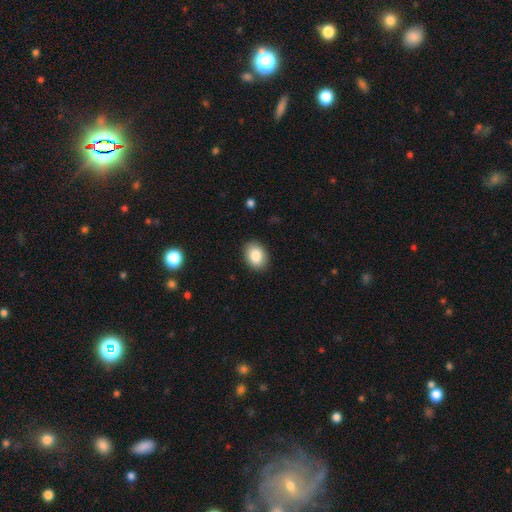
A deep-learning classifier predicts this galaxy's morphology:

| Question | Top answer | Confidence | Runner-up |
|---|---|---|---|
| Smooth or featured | smooth | 85% | star or artifact (8%) |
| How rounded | in between | 73% | round (26%) |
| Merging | none | 89% | minor disturbance (8%) |